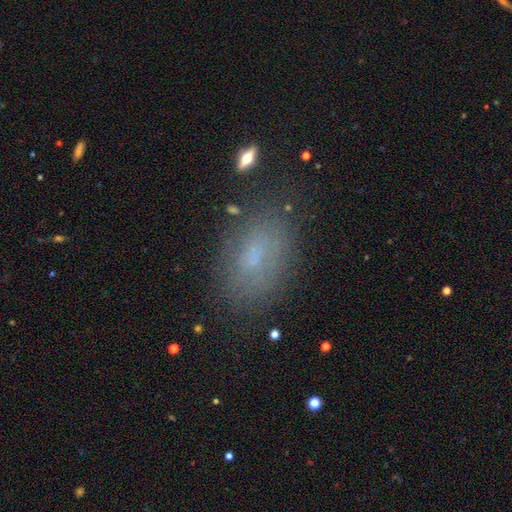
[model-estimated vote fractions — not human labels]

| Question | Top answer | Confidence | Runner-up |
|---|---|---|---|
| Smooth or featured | smooth | 68% | featured or disk (19%) |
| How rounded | in between | 88% | round (10%) |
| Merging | none | 78% | minor disturbance (15%) |